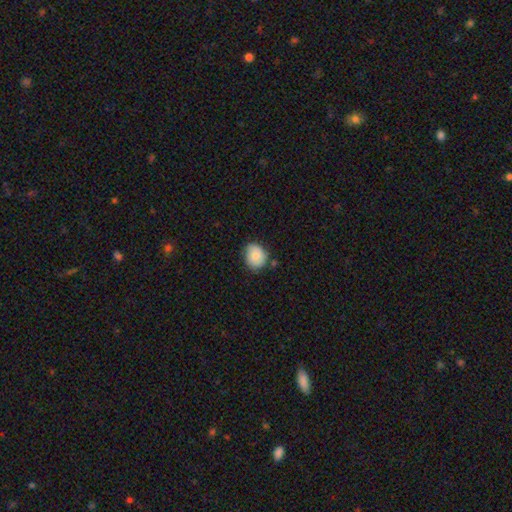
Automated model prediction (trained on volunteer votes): A smooth galaxy with no disk features (80%) that is round (62%).

Vote fractions:
- Smooth or featured? smooth: 80% / featured or disk: 12% / star or artifact: 8%
- How rounded? round: 62% / in between: 38% / cigar-shaped: 1%
- Merging? none: 69% / minor disturbance: 24% / major disturbance: 4% / merger: 4%